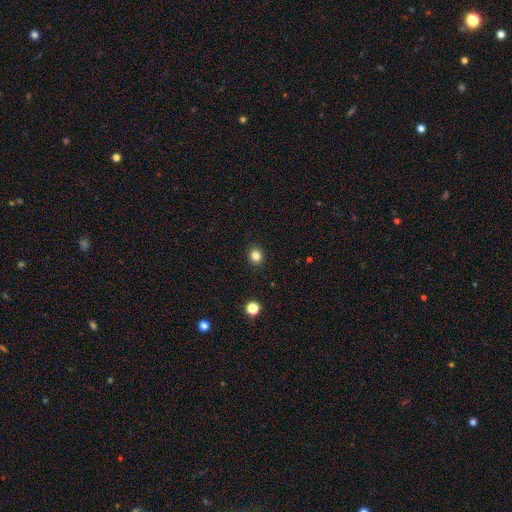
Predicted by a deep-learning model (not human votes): smooth 82%, star or artifact 13%, featured or disk 5%. Down the decision tree: how rounded — round (80%); merging — none (92%).